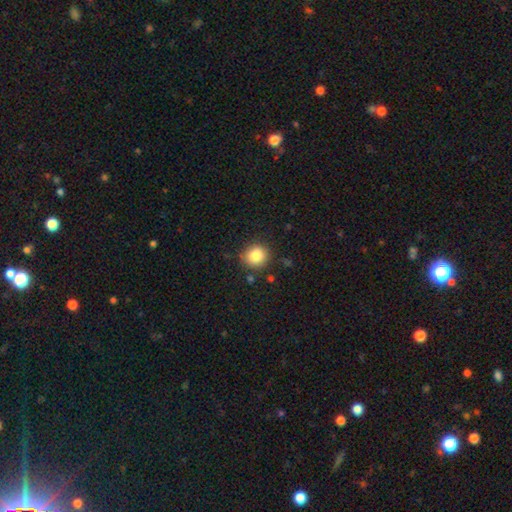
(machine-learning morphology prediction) smooth_or_featured: smooth (p=0.85) [alt: star or artifact p=0.10]
how_rounded: round (p=0.87) [alt: in between p=0.12]
merging: none (p=0.85) [alt: minor disturbance p=0.10]